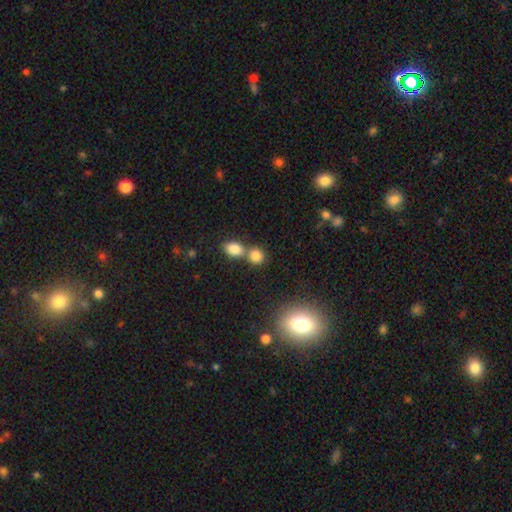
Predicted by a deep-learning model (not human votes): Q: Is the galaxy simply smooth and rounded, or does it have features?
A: smooth — 82%.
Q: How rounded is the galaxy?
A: round — 64%.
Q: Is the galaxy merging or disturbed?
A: merger — 45%, tied with none.